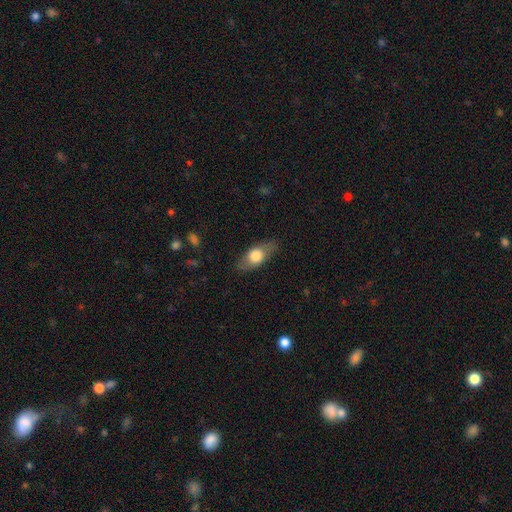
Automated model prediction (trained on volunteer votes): This appears to be a smooth galaxy with no disk features (64%) that is in between round and cigar-shaped (76%). Merging: none (82%).